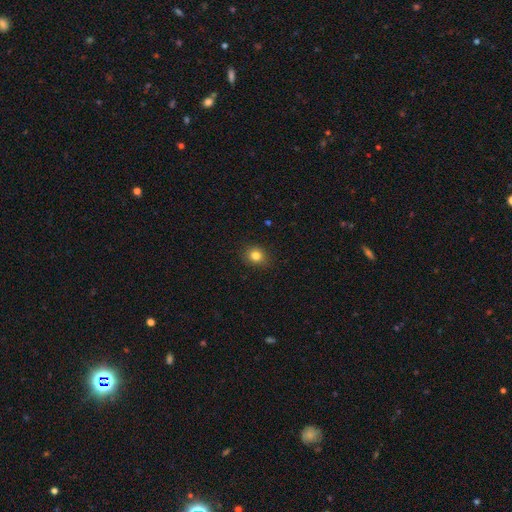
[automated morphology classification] smooth_or_featured: smooth (p=0.82) [alt: star or artifact p=0.12]
how_rounded: round (p=0.70) [alt: in between p=0.29]
merging: none (p=0.88) [alt: minor disturbance p=0.09]